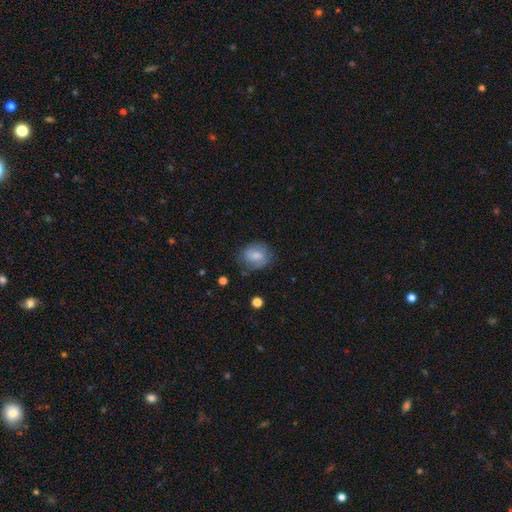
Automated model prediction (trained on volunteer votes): Smooth or featured: smooth — 73% (featured or disk — 19%)
How rounded: round — 54% (in between — 45%)
Merging: none — 68% (minor disturbance — 23%)